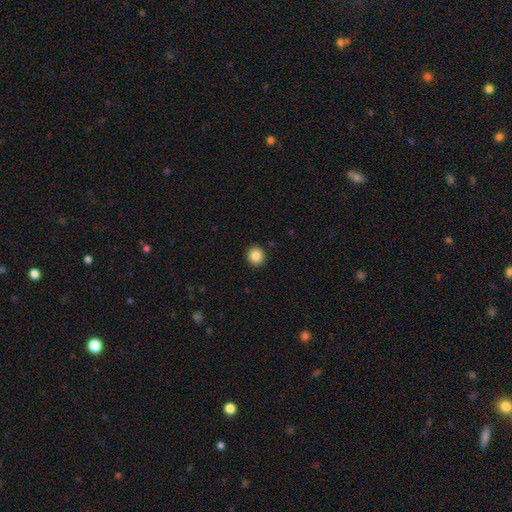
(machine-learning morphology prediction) smooth_or_featured: smooth (p=0.86) [alt: star or artifact p=0.09]
how_rounded: round (p=0.89) [alt: in between p=0.10]
merging: none (p=0.92) [alt: minor disturbance p=0.05]